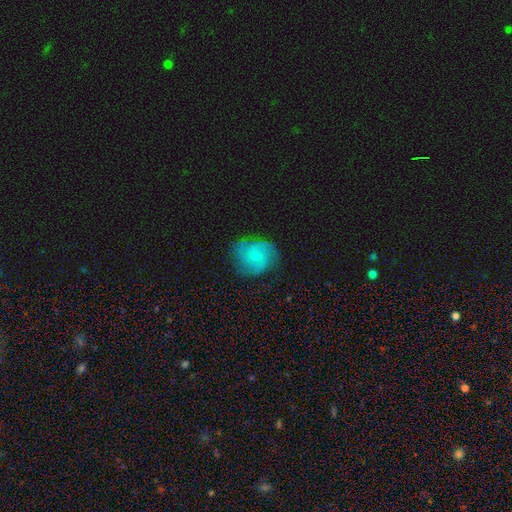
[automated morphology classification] Smooth or featured? Predicted: featured or disk (p=0.65). Edge-on disk? Predicted: no (p=0.98). Bar? Predicted: no (p=0.72). Spiral arms? Predicted: yes (p=0.91). Spiral winding? Predicted: medium (p=0.45). Spiral arm count? Predicted: 3 (p=0.33). Bulge size? Predicted: small (p=0.63). Merging? Predicted: none (p=0.68).